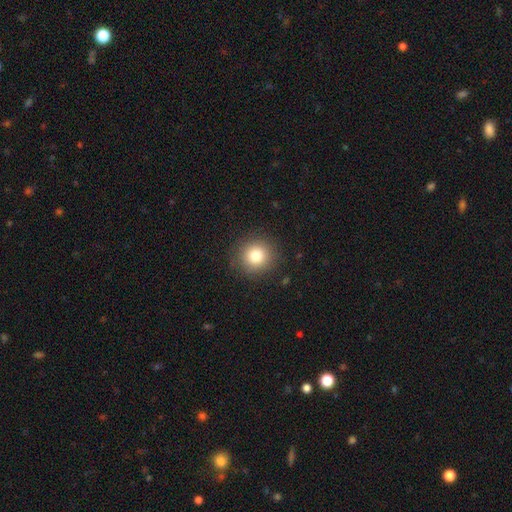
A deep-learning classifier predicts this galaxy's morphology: Smooth or featured?
  - smooth: 81% *
  - star or artifact: 11%
  - featured or disk: 8%
How rounded?
  - round: 93% *
  - in between: 6%
  - cigar-shaped: 1%
Merging?
  - none: 89% *
  - minor disturbance: 7%
  - major disturbance: 3%
  - merger: 1%